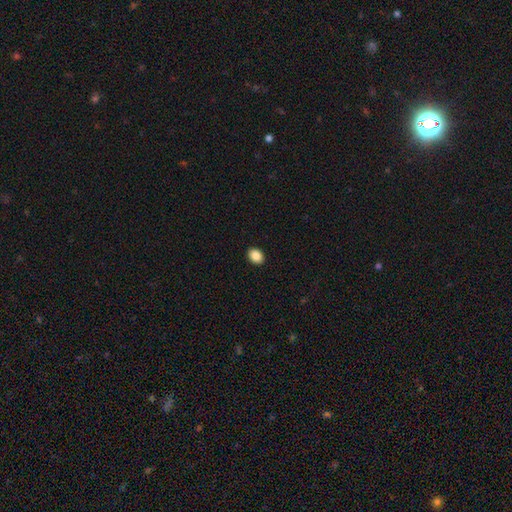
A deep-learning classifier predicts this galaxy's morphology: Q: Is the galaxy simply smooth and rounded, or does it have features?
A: smooth — 88%.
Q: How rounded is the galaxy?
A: in between — 65%.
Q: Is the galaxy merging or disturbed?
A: none — 92%.